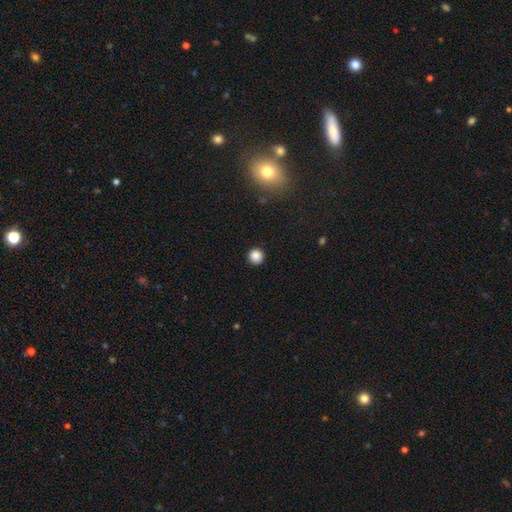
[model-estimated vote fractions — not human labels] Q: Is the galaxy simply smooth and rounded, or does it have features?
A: smooth — 86%.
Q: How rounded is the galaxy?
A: round — 95%.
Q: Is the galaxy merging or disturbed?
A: none — 92%.